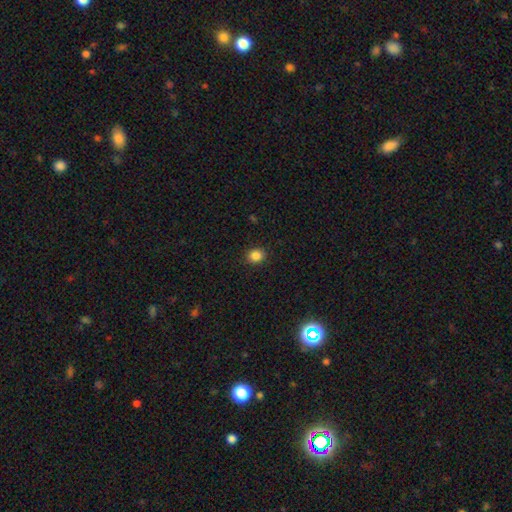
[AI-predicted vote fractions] Smooth or featured?
  - smooth: 86% *
  - star or artifact: 11%
  - featured or disk: 3%
How rounded?
  - round: 67% *
  - in between: 32%
  - cigar-shaped: 1%
Merging?
  - none: 90% *
  - minor disturbance: 7%
  - major disturbance: 2%
  - merger: 1%